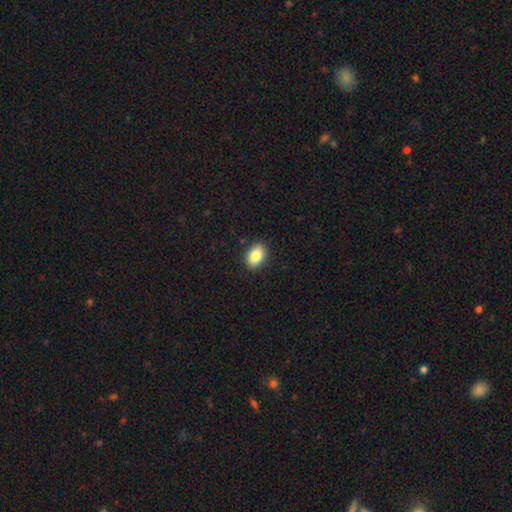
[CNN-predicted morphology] Smooth or featured?
  - smooth: 86% *
  - star or artifact: 8%
  - featured or disk: 6%
How rounded?
  - in between: 82% *
  - round: 17%
  - cigar-shaped: 1%
Merging?
  - none: 89% *
  - minor disturbance: 8%
  - major disturbance: 2%
  - merger: 1%